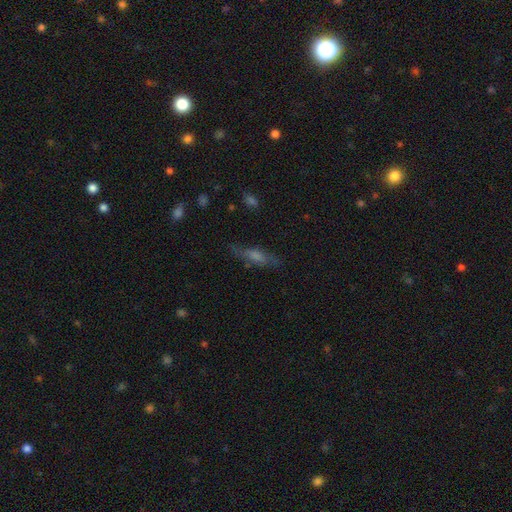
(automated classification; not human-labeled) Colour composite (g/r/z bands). It shows a featured or disk galaxy (45%). Merging: none (72%).